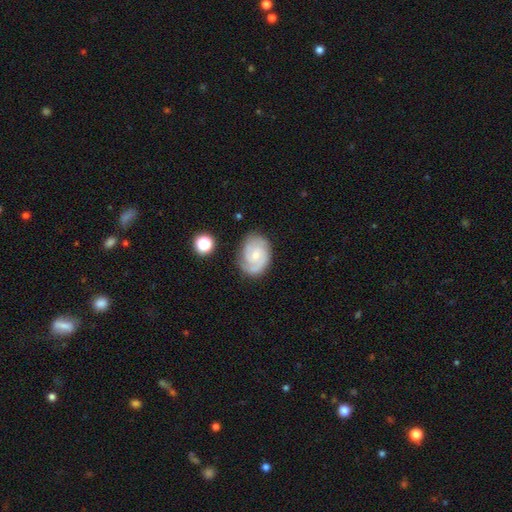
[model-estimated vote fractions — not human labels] featured or disk 81%, smooth 13%, star or artifact 6%. Down the decision tree: edge-on disk — no (97%); bar — no (64%); spiral arms — yes (96%); spiral arm count — 2 (54%); spiral winding — tight (55%); bulge size — small (64%); merging — none (75%).